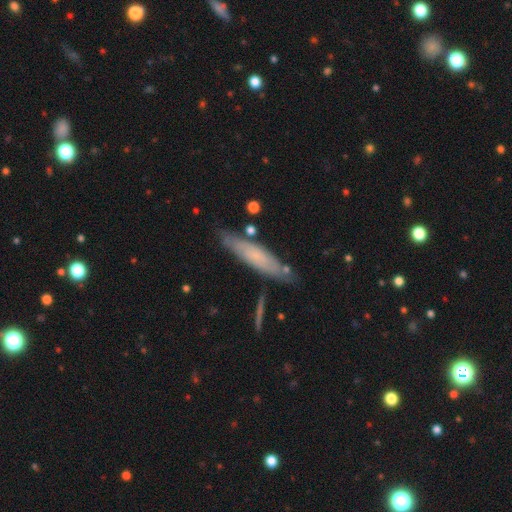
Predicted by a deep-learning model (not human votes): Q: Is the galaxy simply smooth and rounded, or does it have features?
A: smooth — 57%.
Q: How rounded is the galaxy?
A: cigar-shaped — 77%.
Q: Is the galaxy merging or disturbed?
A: none — 75%.